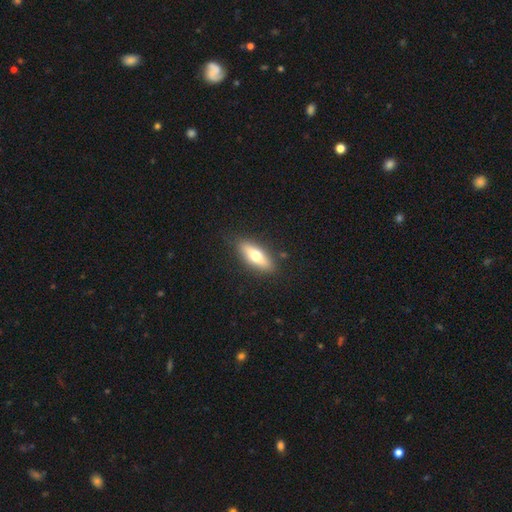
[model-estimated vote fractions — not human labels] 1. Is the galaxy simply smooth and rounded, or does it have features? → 60% smooth, 34% featured or disk, 6% star or artifact.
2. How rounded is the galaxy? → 60% in between, 37% cigar-shaped, 3% round.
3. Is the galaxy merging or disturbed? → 85% none, 10% minor disturbance, 3% major disturbance, 1% merger.